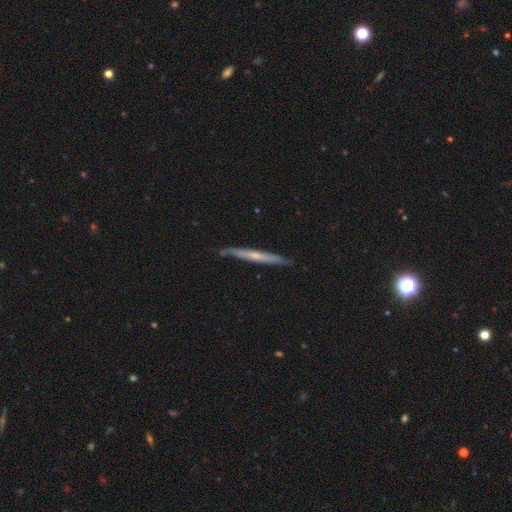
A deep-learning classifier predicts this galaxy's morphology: featured or disk 57%, smooth 38%, star or artifact 5%. Down the decision tree: edge-on disk — yes (93%); edge-on bulge — none (60%); merging — none (82%).